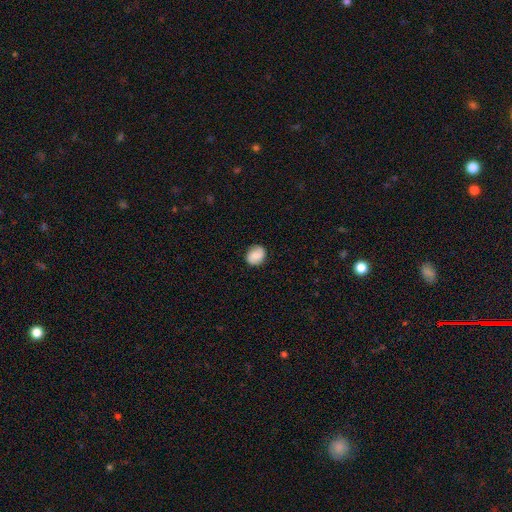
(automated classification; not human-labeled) Smooth or featured? smooth (69%)
How rounded? round (70%)
Merging? none (84%)